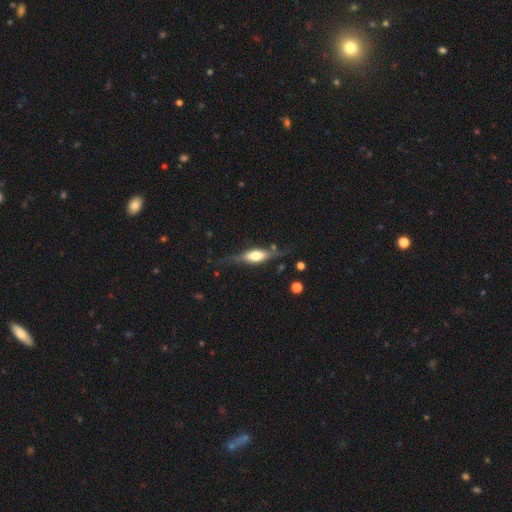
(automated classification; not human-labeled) Smooth or featured? Predicted: featured or disk (p=0.64). Edge-on disk? Predicted: yes (p=0.90). Edge-on bulge? Predicted: rounded (p=0.81). Merging? Predicted: none (p=0.71).